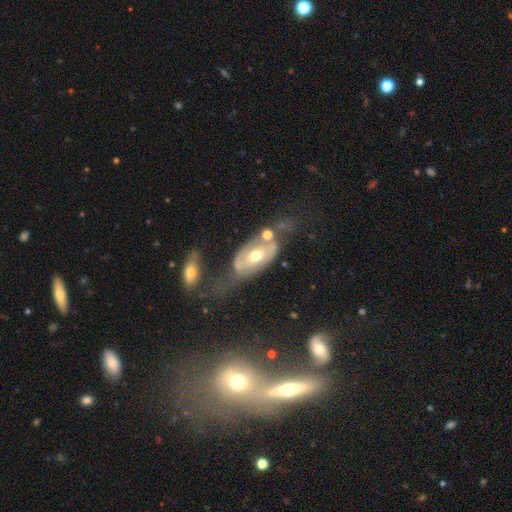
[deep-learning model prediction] This is likely a featured or disk galaxy (63%). It is clearly not viewed edge-on (89%). Bar: possibly no (59%). Spiral arm pattern: possibly no (52%). Central bulge: likely moderate (74%). Merging: marginally none (35%).